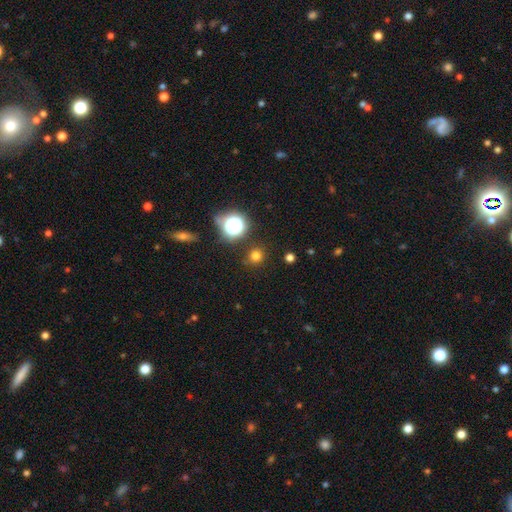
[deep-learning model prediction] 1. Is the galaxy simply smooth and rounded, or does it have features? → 72% smooth, 23% star or artifact, 5% featured or disk.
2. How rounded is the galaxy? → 91% round, 8% in between, 1% cigar-shaped.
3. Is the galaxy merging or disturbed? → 87% none, 8% minor disturbance, 3% major disturbance, 2% merger.